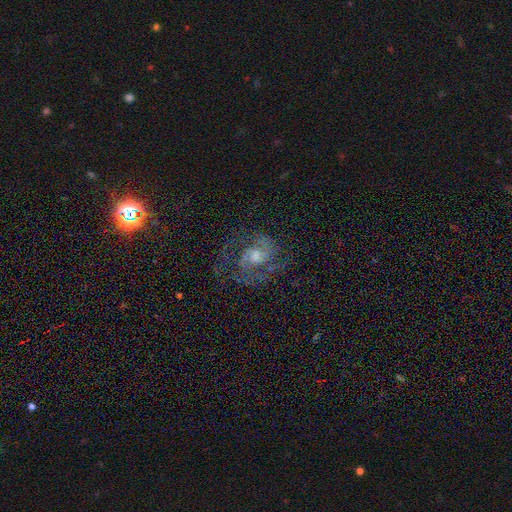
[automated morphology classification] smooth_or_featured: featured or disk (p=0.82) [alt: star or artifact p=0.10]
disk_edge_on: no (p=0.98) [alt: yes p=0.02]
bar: no (p=0.56) [alt: weak p=0.37]
has_spiral_arms: yes (p=0.95) [alt: no p=0.05]
spiral_winding: medium (p=0.53) [alt: tight p=0.33]
spiral_arm_count: 2 (p=0.70) [alt: can't tell p=0.12]
bulge_size: moderate (p=0.50) [alt: small p=0.36]
merging: none (p=0.68) [alt: minor disturbance p=0.16]